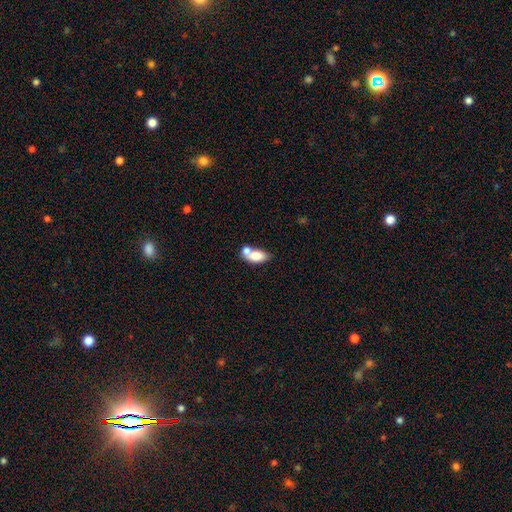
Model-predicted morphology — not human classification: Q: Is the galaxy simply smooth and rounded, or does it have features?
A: smooth — 75%.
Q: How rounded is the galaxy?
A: in between — 88%.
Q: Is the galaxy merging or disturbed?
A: merger — 50%.